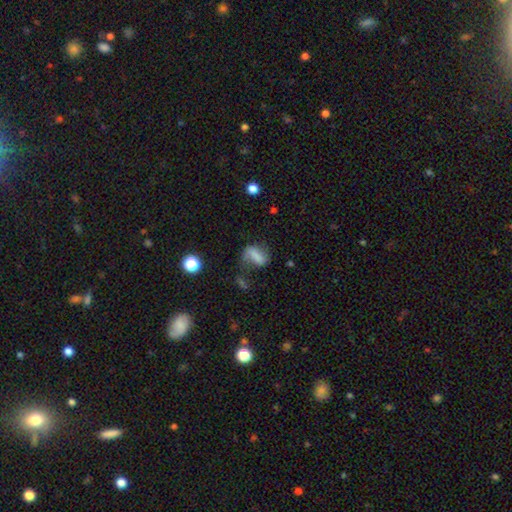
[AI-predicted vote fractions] This is likely a smooth galaxy (61%). How rounded: likely in between (72%). Merging: marginally none (38%).